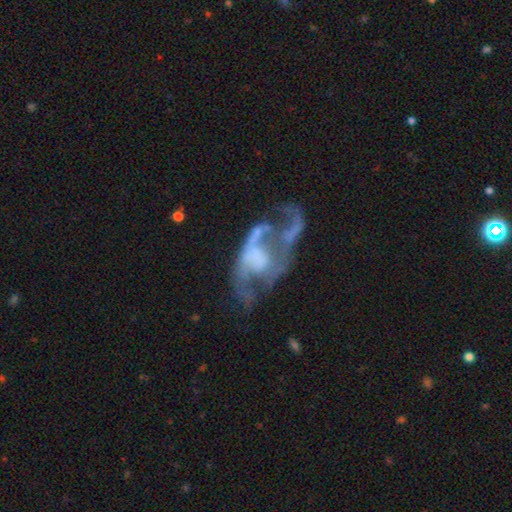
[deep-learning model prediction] Smooth or featured? Predicted: featured or disk (p=0.74). Edge-on disk? Predicted: no (p=0.96). Bar? Predicted: no (p=0.74). Spiral arms? Predicted: no (p=0.51). Bulge size? Predicted: none (p=0.47). Merging? Predicted: major disturbance (p=0.47).